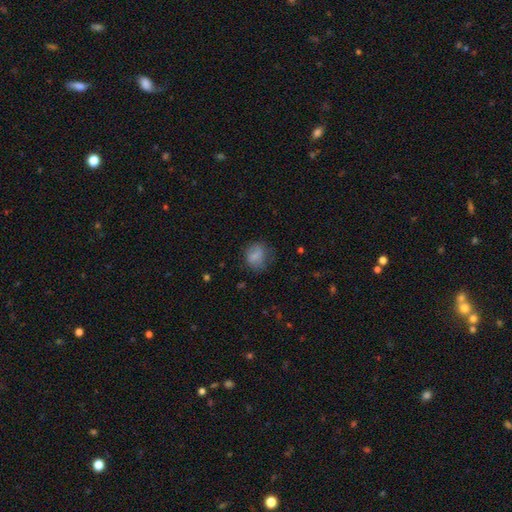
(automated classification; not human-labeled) A smooth galaxy with no disk features (78%) that is round (58%).

Vote fractions:
- Smooth or featured? smooth: 78% / featured or disk: 12% / star or artifact: 10%
- How rounded? round: 58% / in between: 41% / cigar-shaped: 1%
- Merging? none: 61% / minor disturbance: 25% / major disturbance: 12% / merger: 2%